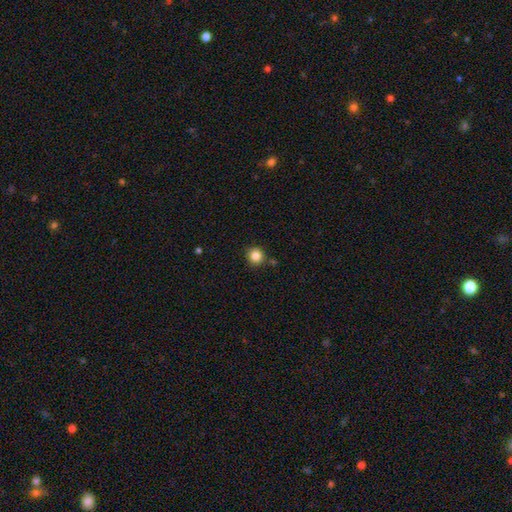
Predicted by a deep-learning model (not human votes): Overall: smooth (85%). How rounded: round (94%). Merging: none (86%).